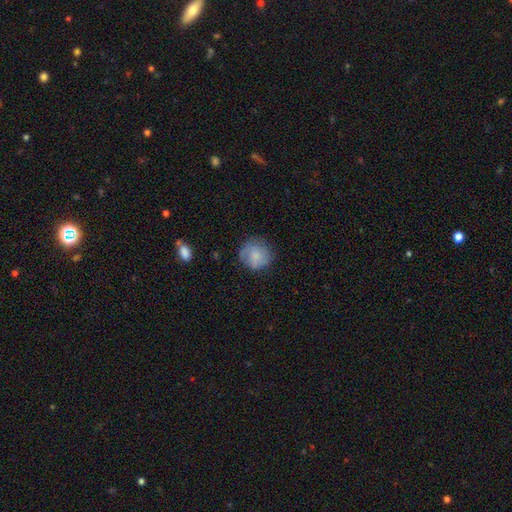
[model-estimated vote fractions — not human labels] smooth-or-featured: smooth: 70% | featured or disk: 22% | star or artifact: 8%
  how-rounded: round: 86% | in between: 13% | cigar-shaped: 1%
  merging: none: 68% | minor disturbance: 22% | major disturbance: 9% | merger: 2%